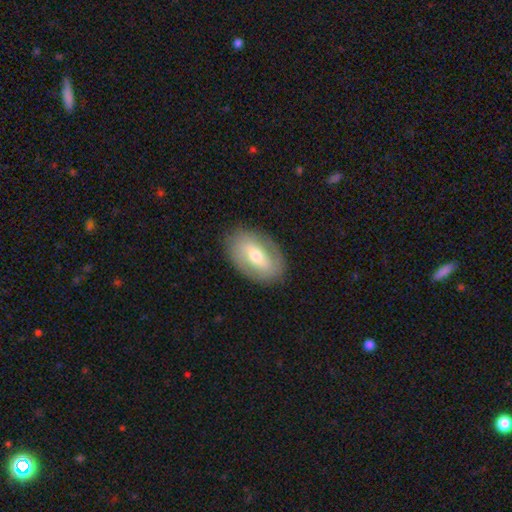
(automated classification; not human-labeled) Overall: featured or disk (55%; smooth 38%). Edge-on disk: no (91%). Bar: weak (42%; strong 31%). Spiral arms: yes (57%; no 43%). Bulge size: moderate (63%; small 29%). Merging: none (84%).